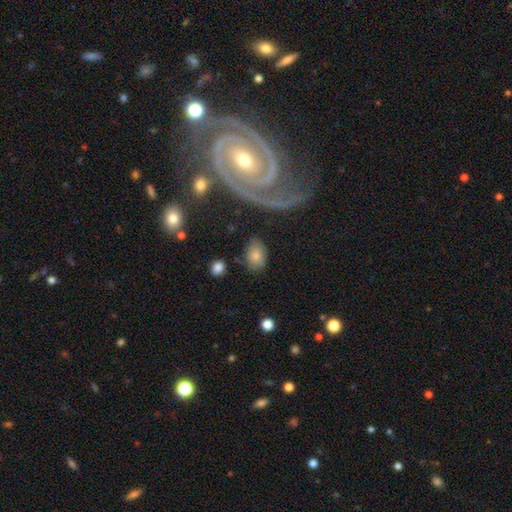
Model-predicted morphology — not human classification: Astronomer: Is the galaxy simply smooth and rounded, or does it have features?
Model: smooth — 76%.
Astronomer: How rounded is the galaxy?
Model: in between — 81%.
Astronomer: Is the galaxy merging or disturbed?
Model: none — 71%.